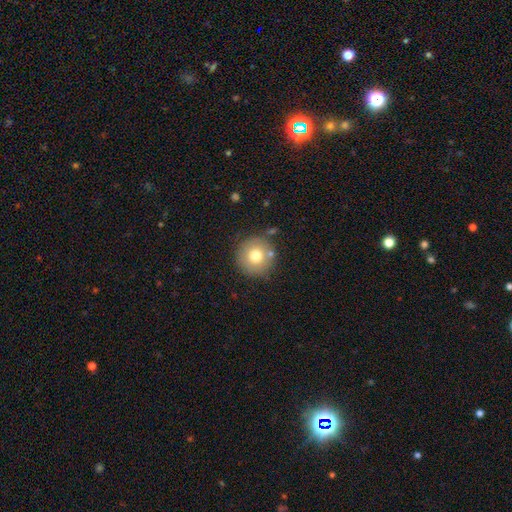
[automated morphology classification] Smooth or featured? smooth (73%)
How rounded? round (95%)
Merging? none (81%)